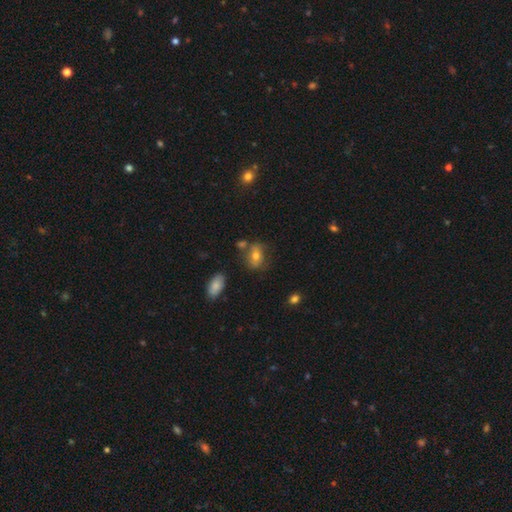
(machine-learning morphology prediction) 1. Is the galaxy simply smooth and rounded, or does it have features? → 64% smooth, 25% featured or disk, 11% star or artifact.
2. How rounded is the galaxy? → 72% in between, 25% round, 3% cigar-shaped.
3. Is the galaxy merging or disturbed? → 62% none, 20% minor disturbance, 10% merger, 7% major disturbance.